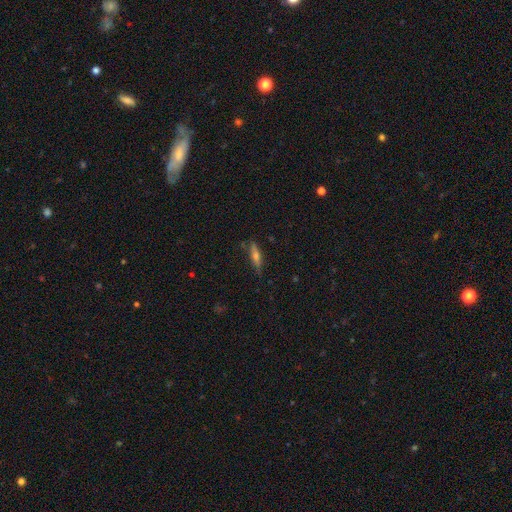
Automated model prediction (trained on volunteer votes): Morphology: type=featured or disk (48%); merging=none (81%).